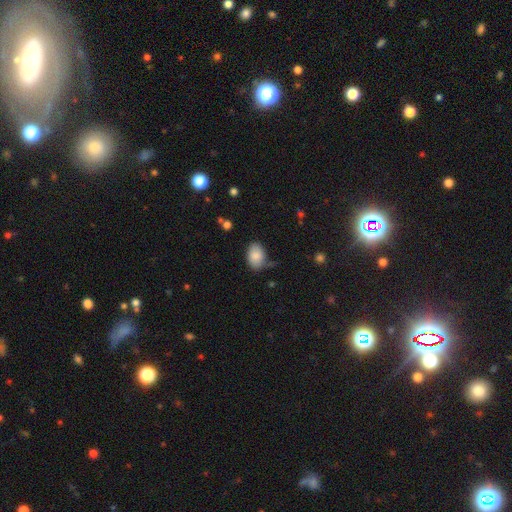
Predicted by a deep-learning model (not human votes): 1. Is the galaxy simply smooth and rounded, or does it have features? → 85% smooth, 8% featured or disk, 7% star or artifact.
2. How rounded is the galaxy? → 84% in between, 15% round, 1% cigar-shaped.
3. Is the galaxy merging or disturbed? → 63% none, 26% minor disturbance, 7% major disturbance, 4% merger.